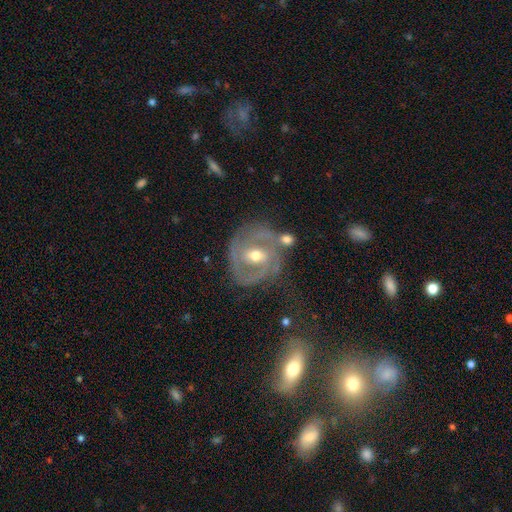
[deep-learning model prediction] The model was most divided on "bar": weak: 46%, no: 33%, strong: 20%. More confident: edge-on disk — no (97%); spiral arms — yes (85%); smooth or featured — featured or disk (82%); bulge size — moderate (73%); merging — none (65%); spiral winding — tight (55%); spiral arm count — 2 (52%).